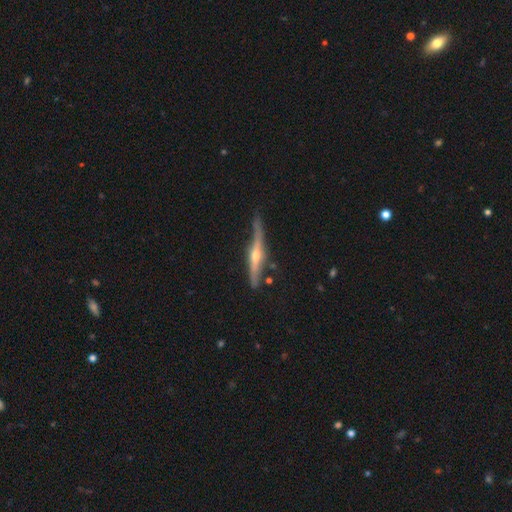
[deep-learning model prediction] featured or disk 77%, smooth 18%, star or artifact 5%. Down the decision tree: edge-on disk — yes (95%); edge-on bulge — rounded (87%); merging — none (65%).